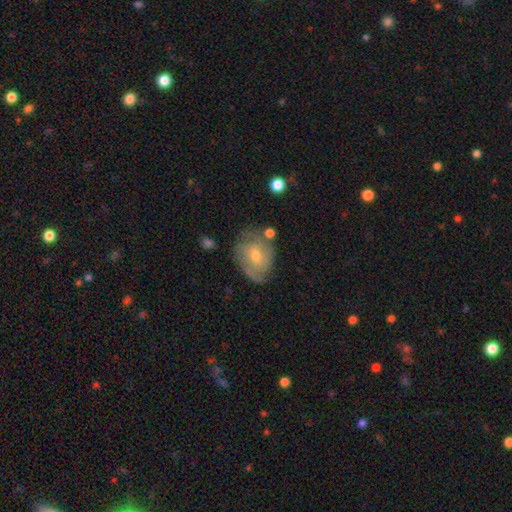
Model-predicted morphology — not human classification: The model was most divided on "spiral arm count": can't tell: 35%, 2: 34%, 3: 17%, 1: 6%, 4: 5%, more than 4: 3%. Remaining: edge-on disk — no (96%); spiral arms — yes (84%); smooth or featured — featured or disk (65%); merging — none (62%); bar — no (62%); bulge size — small (50%); spiral winding — tight (47%).